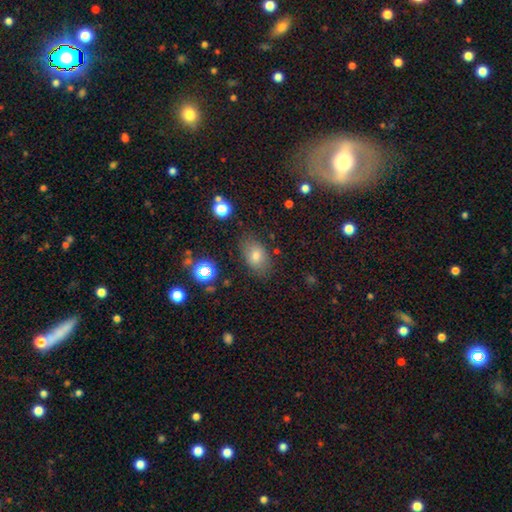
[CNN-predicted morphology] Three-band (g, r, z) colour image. It shows a smooth galaxy with no disk features (71%) that is in between round and cigar-shaped (83%). Merging: none (81%).